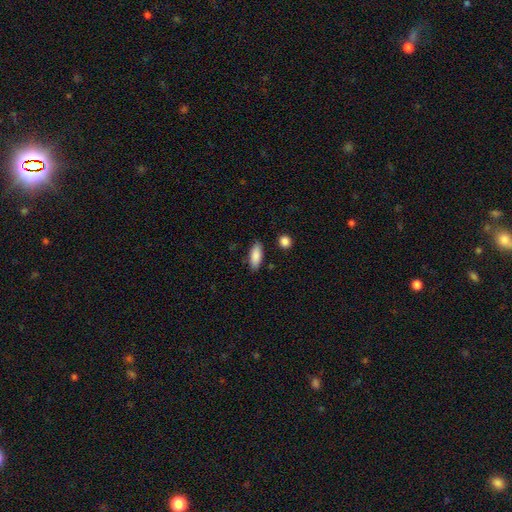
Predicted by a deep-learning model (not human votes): smooth 87%, featured or disk 7%, star or artifact 6%. Down the decision tree: how rounded — in between (79%); merging — none (84%).